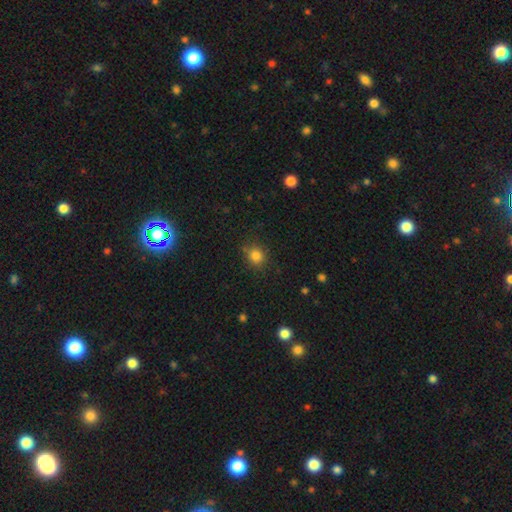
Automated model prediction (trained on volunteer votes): Morphology: type=smooth (83%); roundness=round (79%); merging=none (82%).